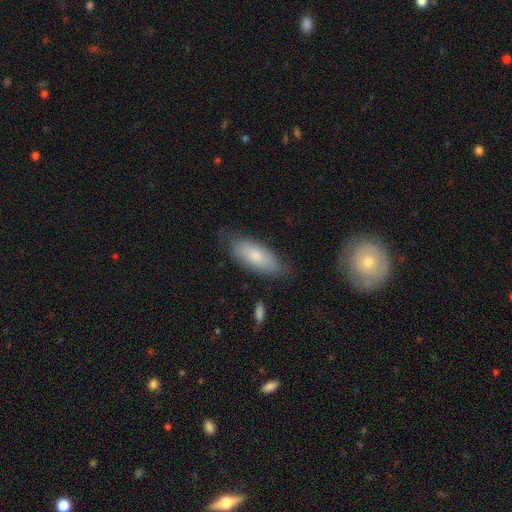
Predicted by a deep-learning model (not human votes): Morphology: type=smooth (75%); roundness=in between (80%); merging=none (72%).